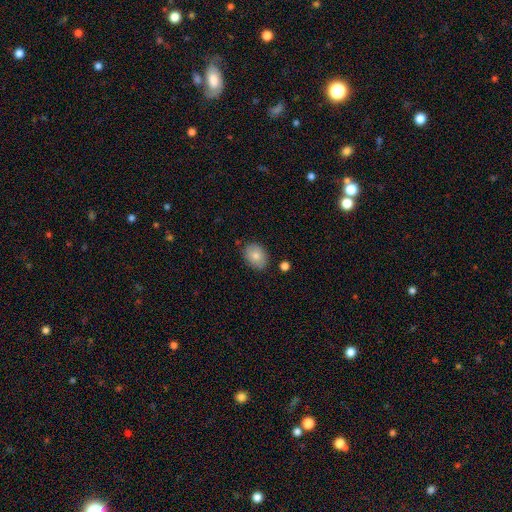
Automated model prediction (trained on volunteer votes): A smooth galaxy with no disk features (81%) that is in between round and cigar-shaped (68%).

Vote fractions:
- Smooth or featured? smooth: 81% / featured or disk: 12% / star or artifact: 8%
- How rounded? in between: 68% / round: 31% / cigar-shaped: 1%
- Merging? none: 82% / minor disturbance: 13% / merger: 3% / major disturbance: 3%